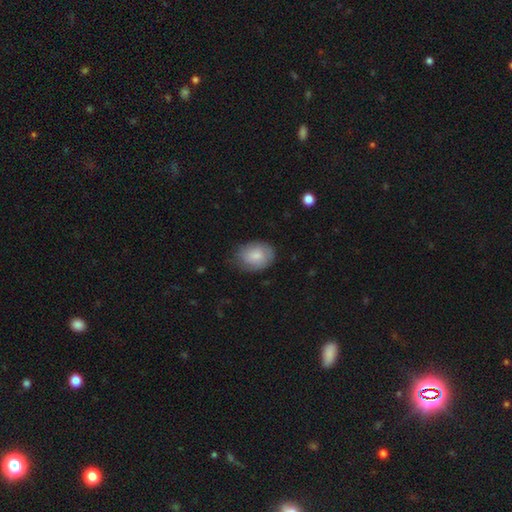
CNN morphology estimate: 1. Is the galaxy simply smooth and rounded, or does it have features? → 79% smooth, 14% featured or disk, 6% star or artifact.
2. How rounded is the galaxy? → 66% in between, 33% round, 1% cigar-shaped.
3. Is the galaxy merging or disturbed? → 68% none, 25% minor disturbance, 6% major disturbance, 1% merger.